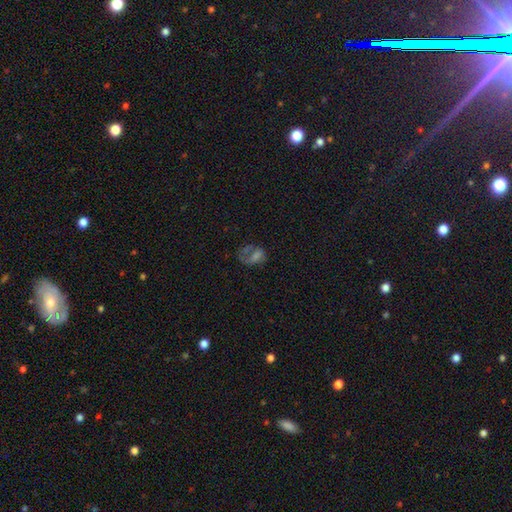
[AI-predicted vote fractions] Overall: featured or disk (44%; smooth 31%). Merging: none (42%; major disturbance 35%).